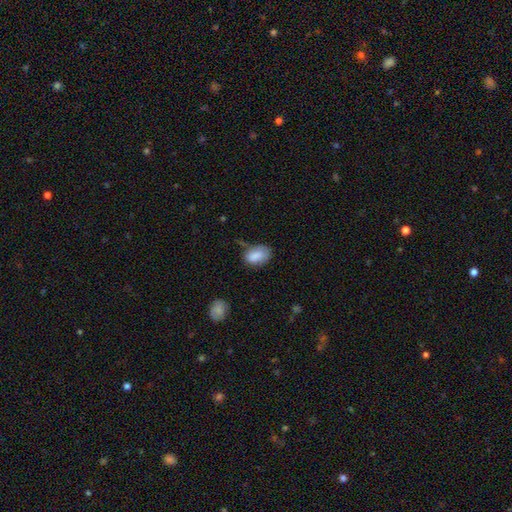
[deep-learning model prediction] Smooth or featured? Predicted: smooth (p=0.85). How rounded? Predicted: in between (p=0.88). Merging? Predicted: none (p=0.56).